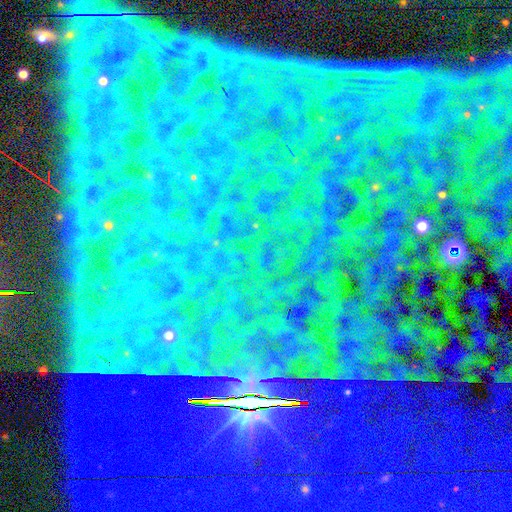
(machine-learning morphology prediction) This is clearly a star or artifact rather than a galaxy (82%).